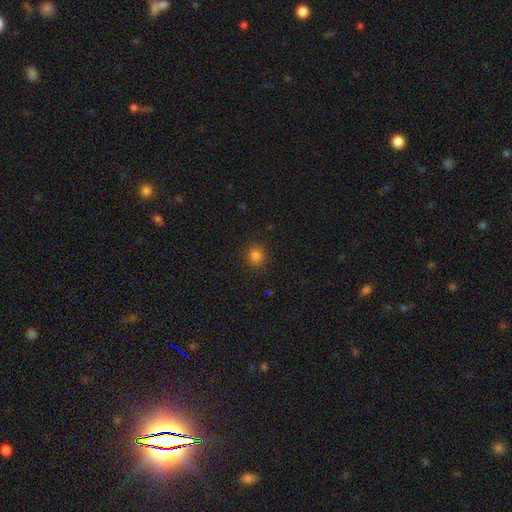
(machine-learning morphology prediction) Smooth or featured? Predicted: smooth (p=0.81). How rounded? Predicted: round (p=0.89). Merging? Predicted: none (p=0.90).